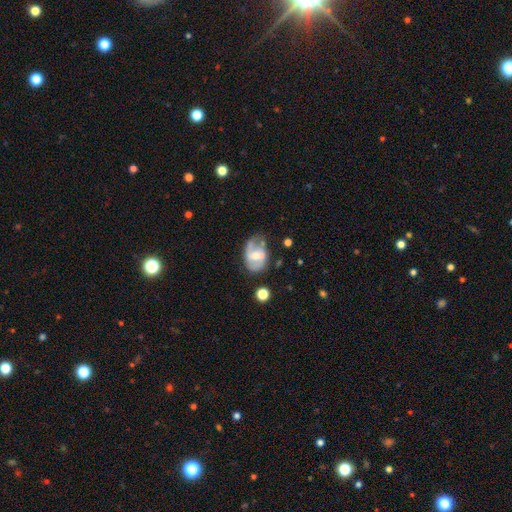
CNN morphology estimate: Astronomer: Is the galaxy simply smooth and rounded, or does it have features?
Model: featured or disk — 76%.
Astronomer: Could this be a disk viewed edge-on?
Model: no — 97%.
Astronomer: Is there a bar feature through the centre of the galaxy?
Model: weak — 47% (runner-up: no, 35%).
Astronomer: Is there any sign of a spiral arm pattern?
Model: yes — 87%.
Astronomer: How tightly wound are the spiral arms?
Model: medium — 47% (runner-up: loose, 33%).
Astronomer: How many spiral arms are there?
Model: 2 — 76%.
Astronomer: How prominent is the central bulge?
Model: moderate — 53% (runner-up: small, 38%).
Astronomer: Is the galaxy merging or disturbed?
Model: none — 52%.